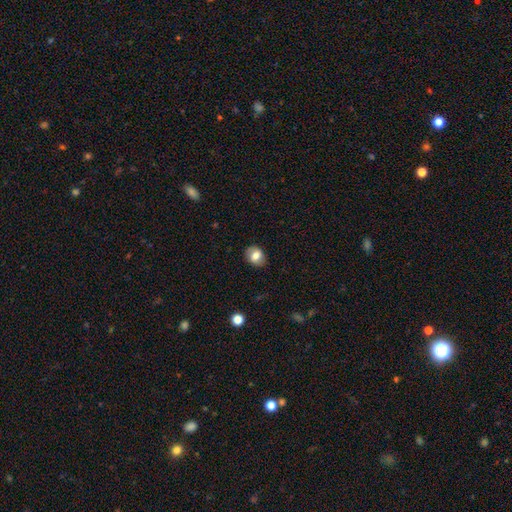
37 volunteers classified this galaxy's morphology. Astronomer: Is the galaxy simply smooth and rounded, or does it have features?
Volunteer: smooth — 81%.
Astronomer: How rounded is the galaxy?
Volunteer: in between — 53% (runner-up: round, 47%).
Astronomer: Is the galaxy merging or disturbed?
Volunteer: none — 83%.